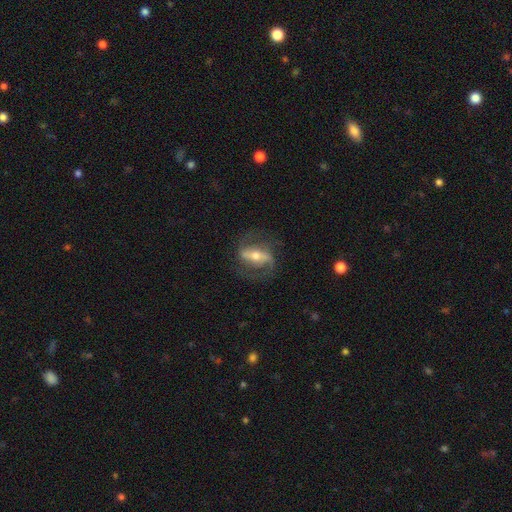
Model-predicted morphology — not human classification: type=featured or disk (82%); edge-on=no (90%); bar=strong (64%); spiral arms=yes (88%); winding=medium (47%); arm count=2 (87%); bulge=moderate (56%); merging=none (73%).